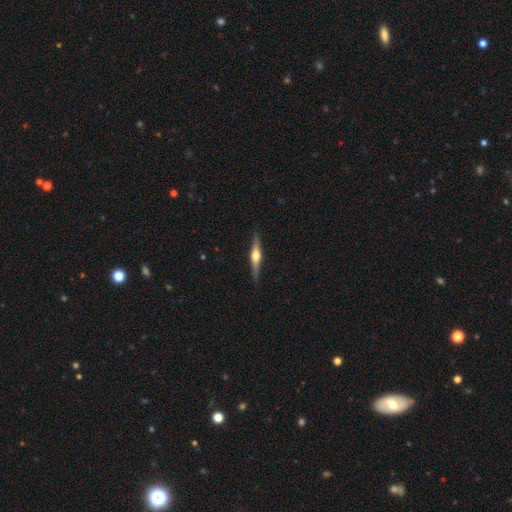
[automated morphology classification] The model was most divided on "smooth or featured": featured or disk: 69%, smooth: 26%, star or artifact: 5%. More confident: edge-on disk — yes (97%); edge-on bulge — rounded (93%); merging — none (89%).